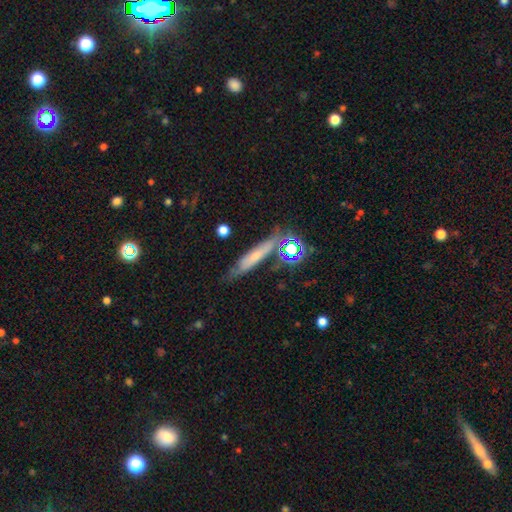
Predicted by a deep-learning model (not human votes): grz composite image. It shows a smooth galaxy with no disk features (48%). Merging: none (66%).